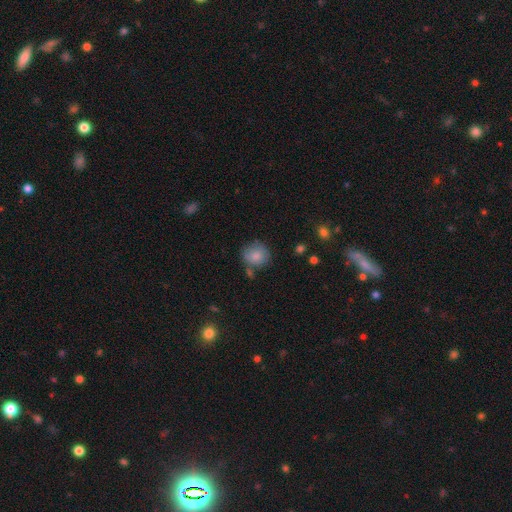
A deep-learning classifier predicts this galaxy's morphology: Smooth or featured?
  - smooth: 83% *
  - featured or disk: 9%
  - star or artifact: 8%
How rounded?
  - round: 85% *
  - in between: 14%
  - cigar-shaped: 1%
Merging?
  - none: 69% *
  - minor disturbance: 18%
  - merger: 8%
  - major disturbance: 5%